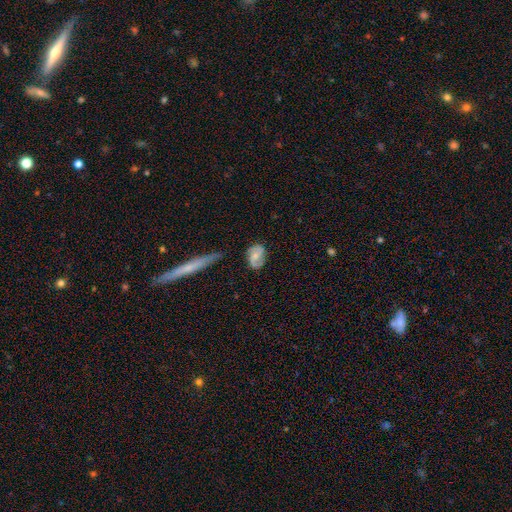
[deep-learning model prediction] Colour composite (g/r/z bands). It shows a featured or disk galaxy (57%) with no bar (54%), spiral arms (86%) and a small central bulge (45%). Merging: none (68%).